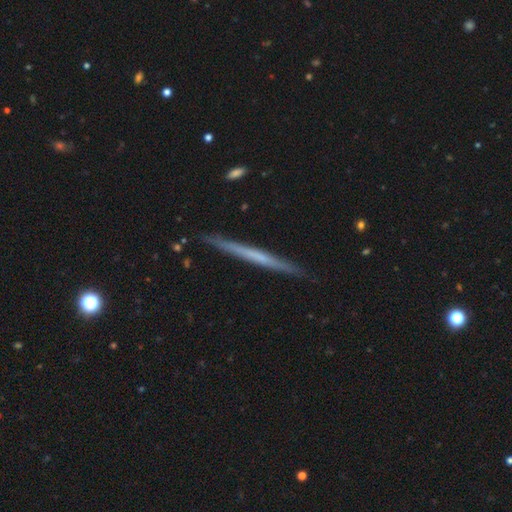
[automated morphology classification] Smooth or featured?
  - featured or disk: 56% *
  - smooth: 38%
  - star or artifact: 5%
Edge-on disk?
  - yes: 98% *
  - no: 2%
Edge-on bulge?
  - none: 87% *
  - rounded: 8%
  - boxy: 4%
Merging?
  - none: 90% *
  - minor disturbance: 7%
  - major disturbance: 1%
  - merger: 1%